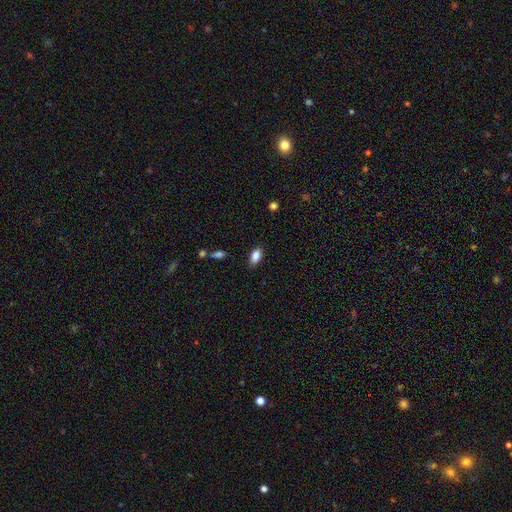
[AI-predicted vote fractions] Morphology: type=smooth (84%); roundness=in between (89%); merging=none (85%).